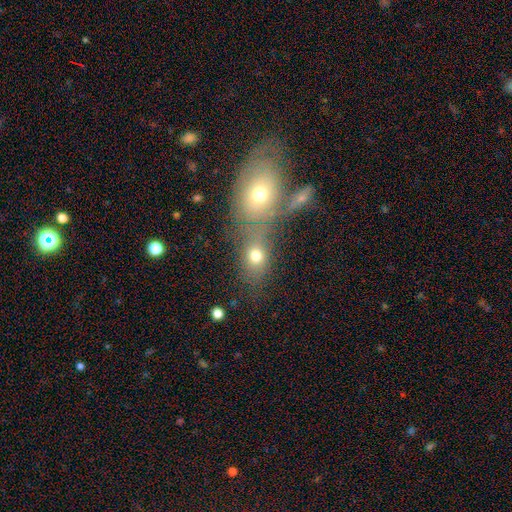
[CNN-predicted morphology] This is likely a smooth galaxy (70%). How rounded: possibly round (49%, tied with in between). Merging: possibly merger (47%).